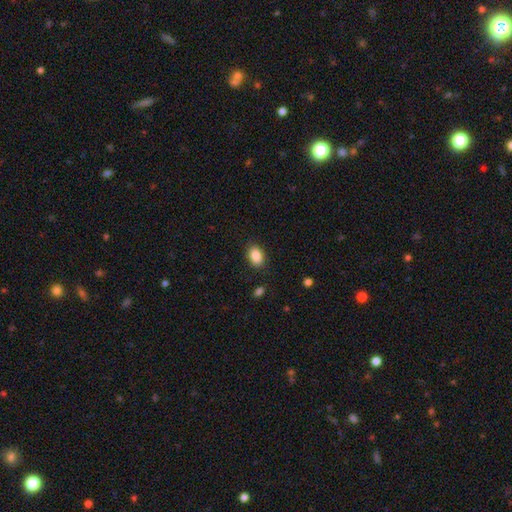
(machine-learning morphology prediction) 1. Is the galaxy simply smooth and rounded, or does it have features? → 88% smooth, 8% star or artifact, 4% featured or disk.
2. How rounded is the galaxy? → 83% in between, 15% round, 1% cigar-shaped.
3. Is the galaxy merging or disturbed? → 87% none, 9% minor disturbance, 3% major disturbance, 1% merger.